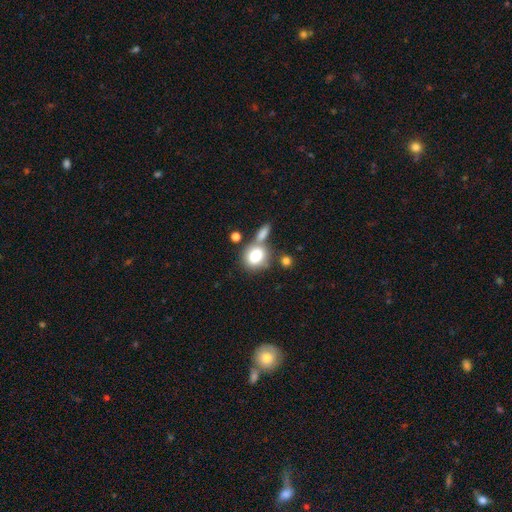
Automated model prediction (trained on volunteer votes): smooth-or-featured: smooth: 78% | featured or disk: 13% | star or artifact: 9%
  how-rounded: round: 69% | in between: 29% | cigar-shaped: 2%
  merging: none: 52% | merger: 30% | minor disturbance: 12% | major disturbance: 5%